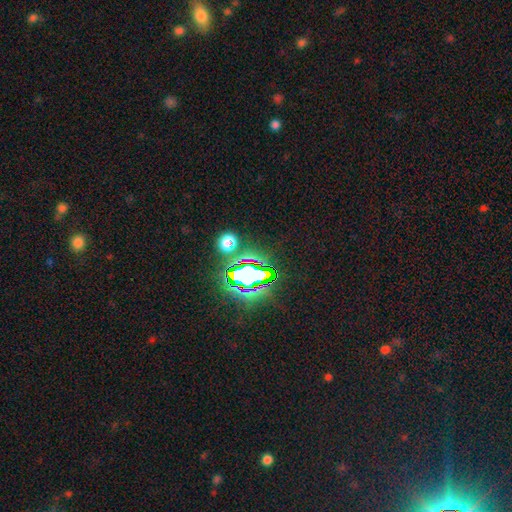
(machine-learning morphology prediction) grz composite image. It shows a star or artifact, not a galaxy (82%).